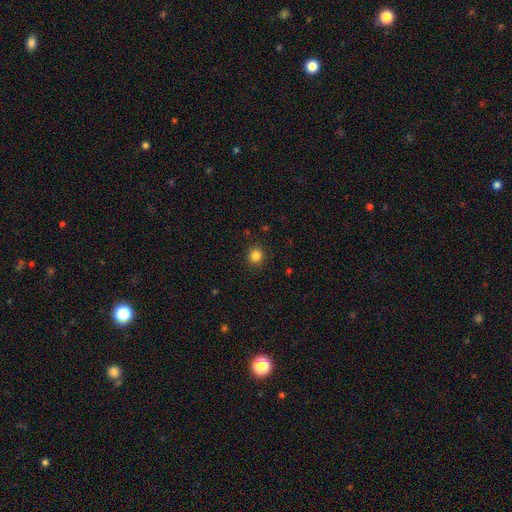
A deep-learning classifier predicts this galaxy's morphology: This is clearly a smooth galaxy (84%). How rounded: clearly round (91%). Merging: clearly none (91%).